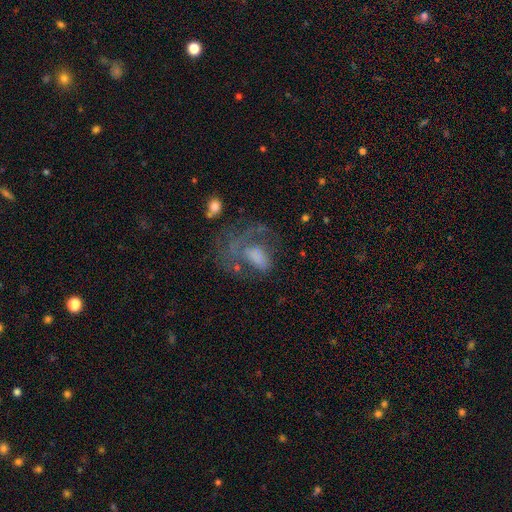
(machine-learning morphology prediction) Smooth or featured? featured or disk (51%)
Edge-on disk? no (97%)
Merging? major disturbance (51%)